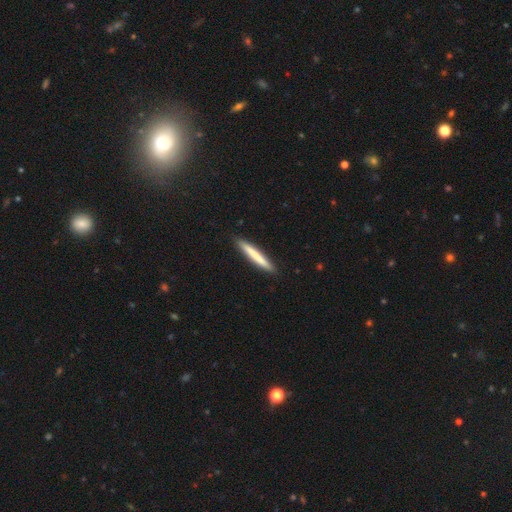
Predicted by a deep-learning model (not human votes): Morphology: type=smooth (69%); roundness=cigar-shaped (96%); merging=none (91%).